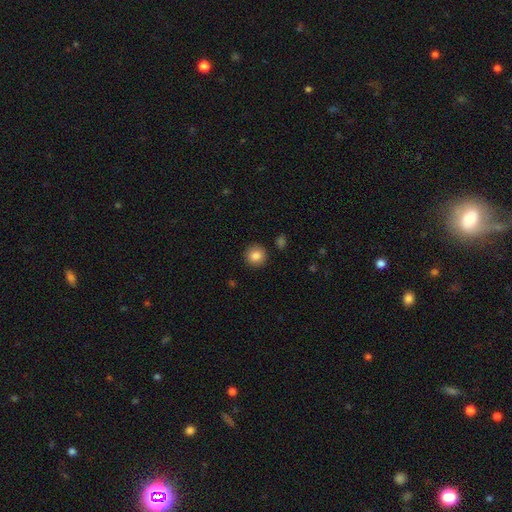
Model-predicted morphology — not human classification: Smooth or featured? smooth (86%)
How rounded? round (93%)
Merging? none (90%)